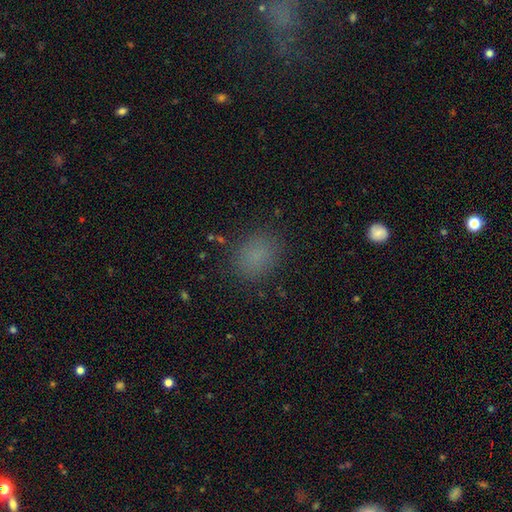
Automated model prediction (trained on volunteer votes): A smooth galaxy with no disk features (79%) that is round (57%). Merging: none (84%).